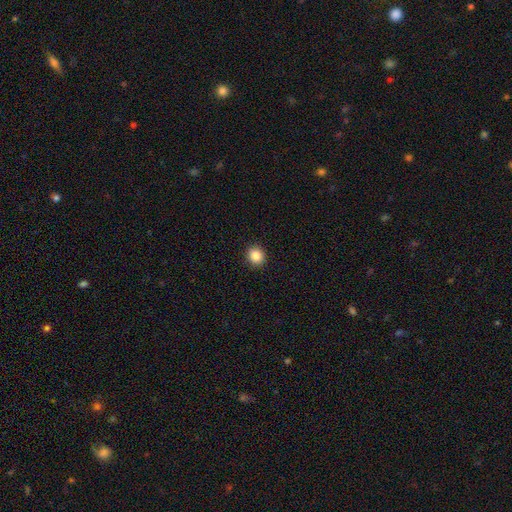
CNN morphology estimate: smooth_or_featured: smooth (p=0.86) [alt: star or artifact p=0.10]
how_rounded: round (p=0.87) [alt: in between p=0.12]
merging: none (p=0.92) [alt: minor disturbance p=0.05]